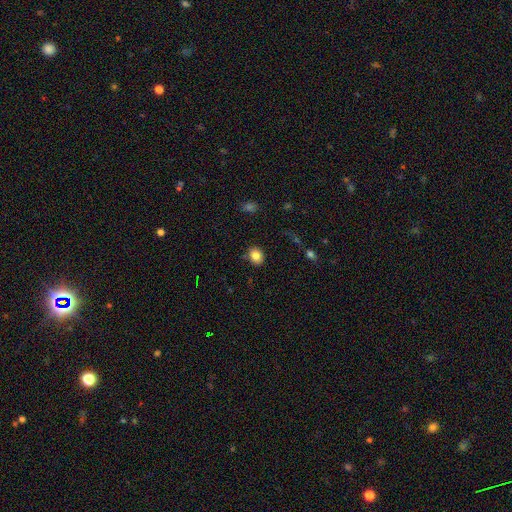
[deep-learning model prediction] Smooth or featured? smooth (83%)
How rounded? round (62%)
Merging? none (85%)